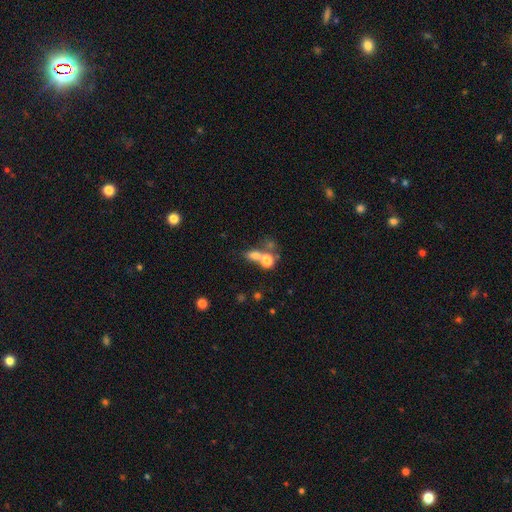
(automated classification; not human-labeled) Overall: smooth (69%). How rounded: round (51%; in between 46%). Merging: merger (50%; none 34%).